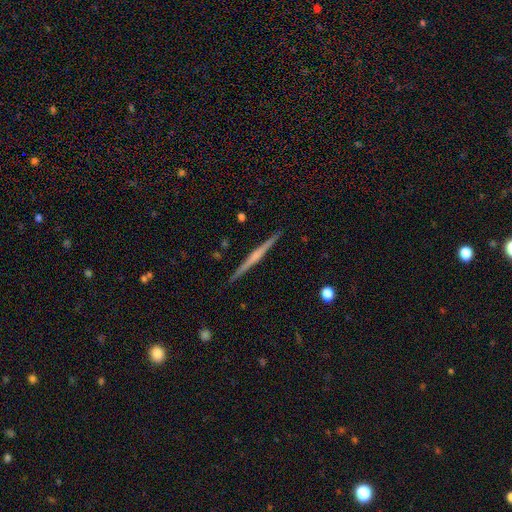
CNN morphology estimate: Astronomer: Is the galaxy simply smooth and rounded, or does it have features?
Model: featured or disk — 73%.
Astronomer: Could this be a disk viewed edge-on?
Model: yes — 99%.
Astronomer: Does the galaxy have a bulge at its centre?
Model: rounded — 50% (runner-up: none, 36%).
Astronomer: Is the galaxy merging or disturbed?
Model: none — 92%.